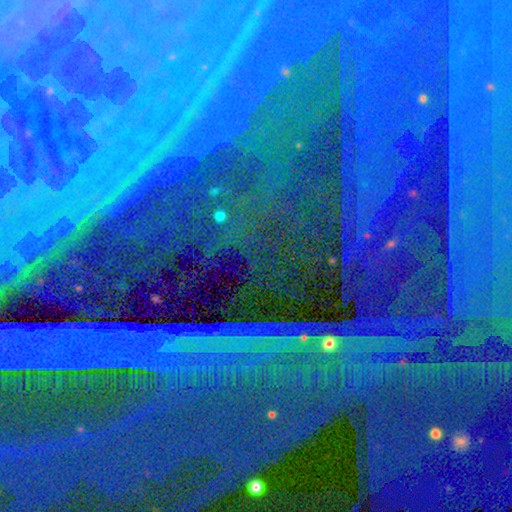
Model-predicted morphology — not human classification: A star or artifact, not a galaxy (87%).

Vote fractions:
- Smooth or featured? star or artifact: 87% / featured or disk: 7% / smooth: 6%